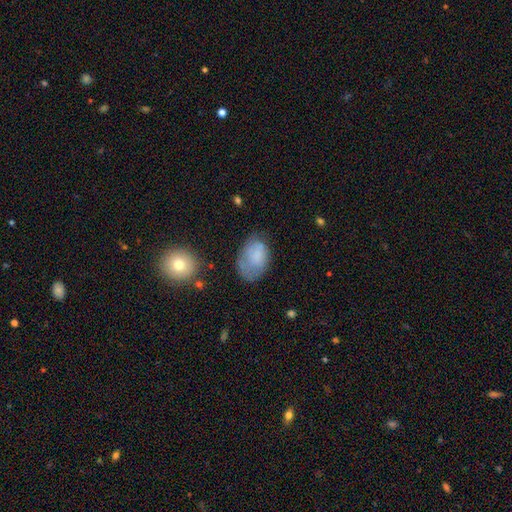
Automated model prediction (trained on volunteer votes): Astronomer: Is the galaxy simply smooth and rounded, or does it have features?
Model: smooth — 70%.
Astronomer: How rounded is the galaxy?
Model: in between — 86%.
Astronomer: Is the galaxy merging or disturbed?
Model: none — 50% (runner-up: minor disturbance, 31%).